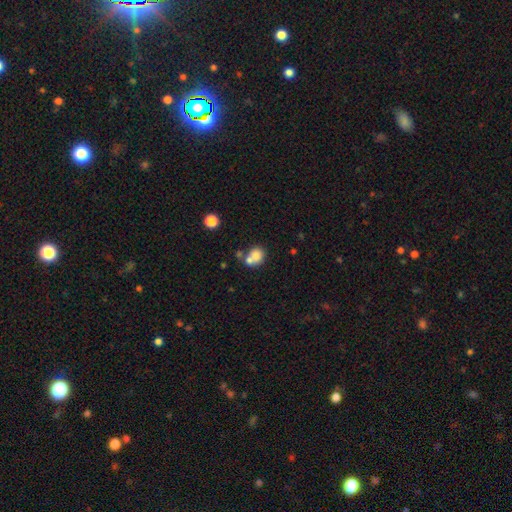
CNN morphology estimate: Smooth or featured? Predicted: smooth (p=0.75). How rounded? Predicted: round (p=0.69). Merging? Predicted: merger (p=0.50).